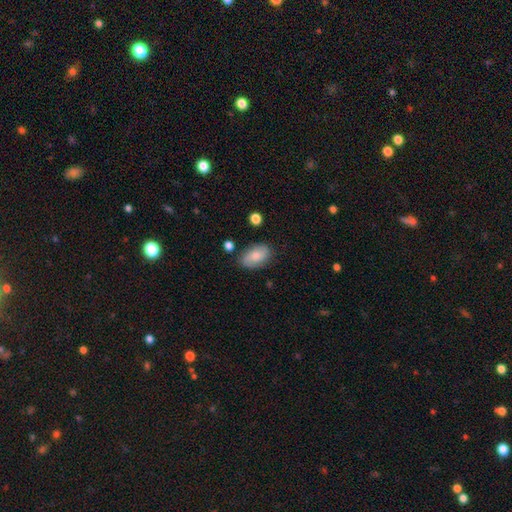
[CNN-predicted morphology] Smooth or featured: smooth — 70% (featured or disk — 23%)
How rounded: in between — 91% (round — 7%)
Merging: none — 77% (minor disturbance — 17%)